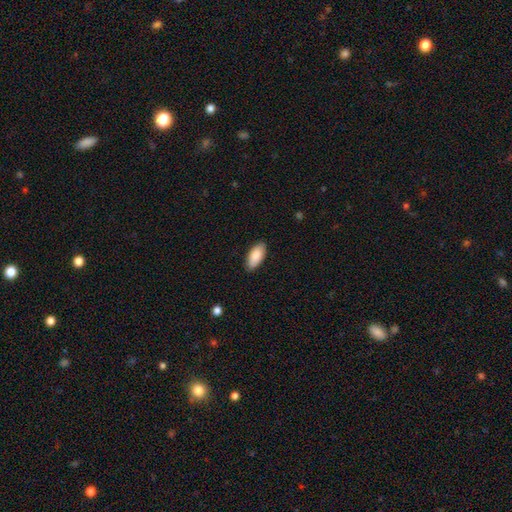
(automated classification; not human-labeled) This is clearly a smooth galaxy (87%). How rounded: clearly in between (89%). Merging: clearly none (87%).